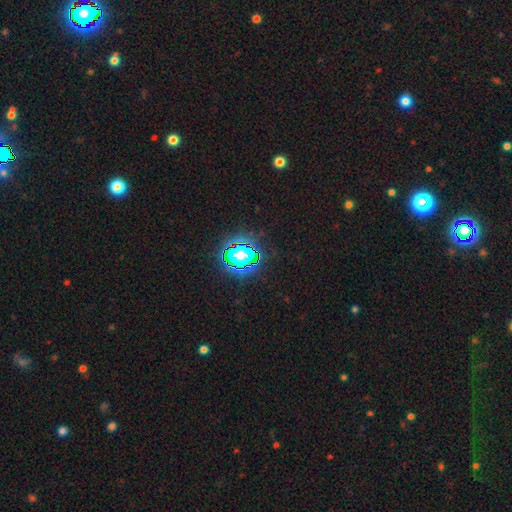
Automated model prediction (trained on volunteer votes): Smooth or featured: star or artifact — 83% (smooth — 10%)